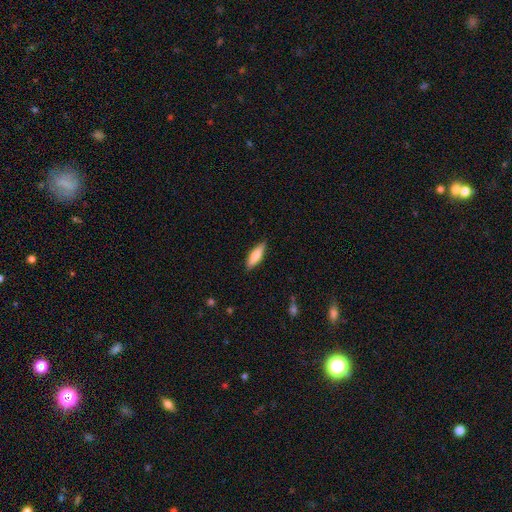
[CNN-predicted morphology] Smooth or featured? Predicted: smooth (p=0.76). How rounded? Predicted: cigar-shaped (p=0.54). Merging? Predicted: none (p=0.86).